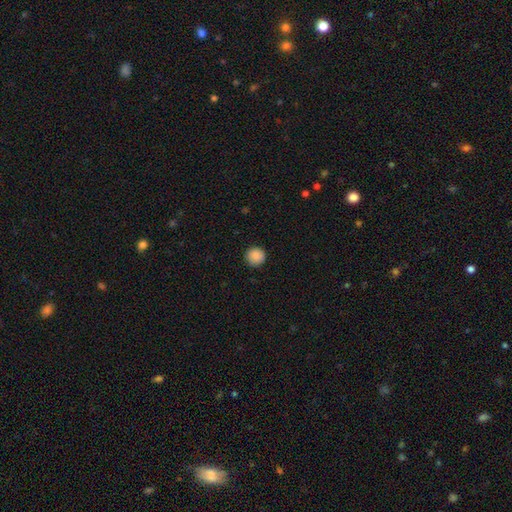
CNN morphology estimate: Smooth or featured: smooth — 89% (star or artifact — 8%)
How rounded: round — 95% (in between — 4%)
Merging: none — 90% (minor disturbance — 7%)